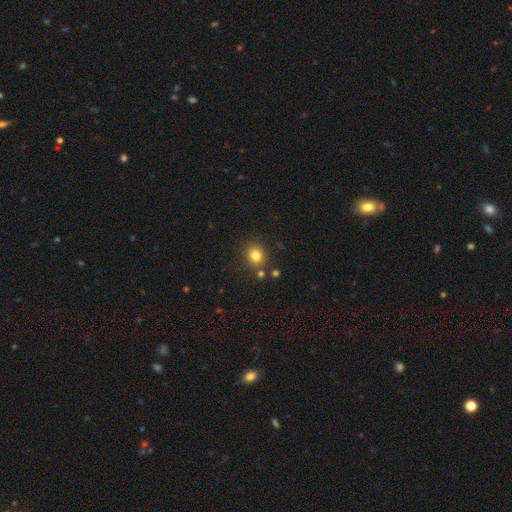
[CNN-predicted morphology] Smooth or featured?
  - smooth: 81% *
  - star or artifact: 13%
  - featured or disk: 7%
How rounded?
  - round: 79% *
  - in between: 20%
  - cigar-shaped: 1%
Merging?
  - none: 81% *
  - minor disturbance: 9%
  - merger: 7%
  - major disturbance: 3%